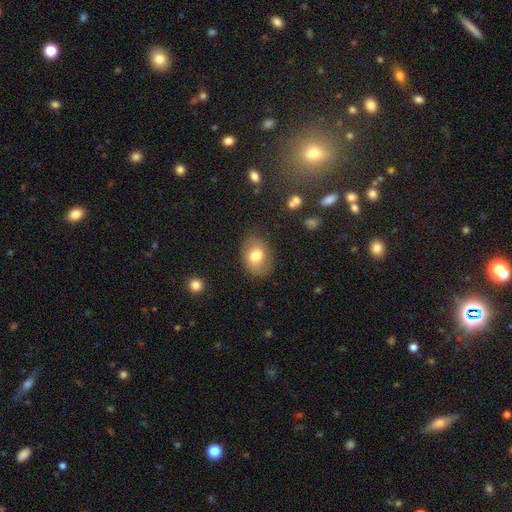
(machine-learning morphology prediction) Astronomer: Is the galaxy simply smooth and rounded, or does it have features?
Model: smooth — 74%.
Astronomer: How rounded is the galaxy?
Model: in between — 65%.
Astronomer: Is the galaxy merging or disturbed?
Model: none — 77%.